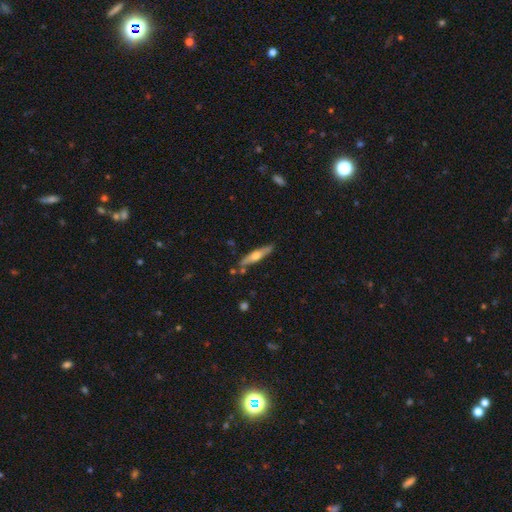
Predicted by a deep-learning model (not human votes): Overall: featured or disk (54%; smooth 40%). Edge-on disk: yes (92%). Merging: none (81%).